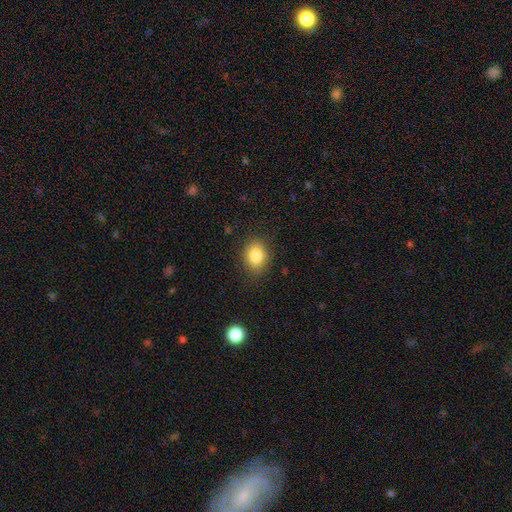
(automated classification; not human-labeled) Q: Smooth or featured?
A: smooth (83%); runner-up: star or artifact (10%)
Q: How rounded?
A: in between (62%); runner-up: round (37%)
Q: Merging?
A: none (84%); runner-up: minor disturbance (11%)